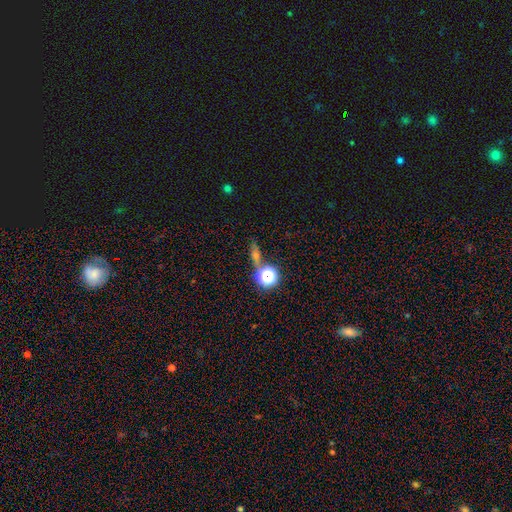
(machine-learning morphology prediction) A star or artifact, not a galaxy (43%).

Vote fractions:
- Smooth or featured? star or artifact: 43% / smooth: 36% / featured or disk: 20%